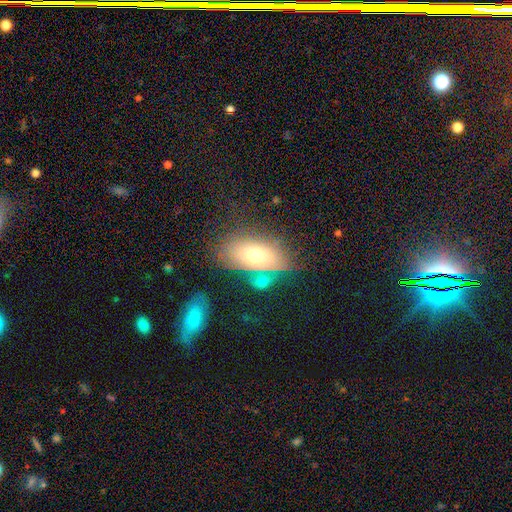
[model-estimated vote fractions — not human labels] smooth 63%, featured or disk 27%, star or artifact 10%. Down the decision tree: how rounded — in between (89%); merging — none (62%).